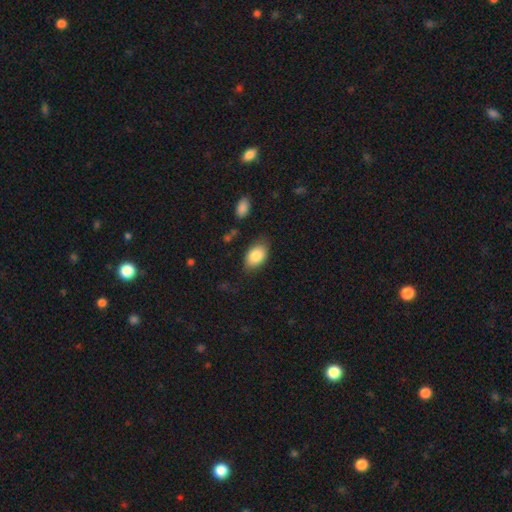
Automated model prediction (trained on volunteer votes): smooth_or_featured: smooth (p=0.86) [alt: featured or disk p=0.08]
how_rounded: in between (p=0.89) [alt: round p=0.10]
merging: none (p=0.75) [alt: minor disturbance p=0.18]